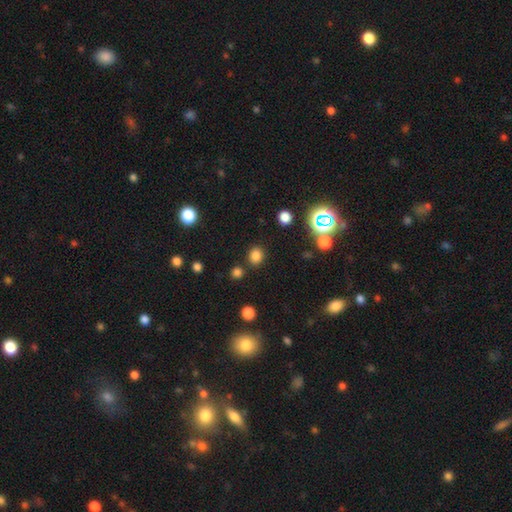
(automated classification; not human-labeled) Overall: smooth (79%). How rounded: round (71%). Merging: none (82%).